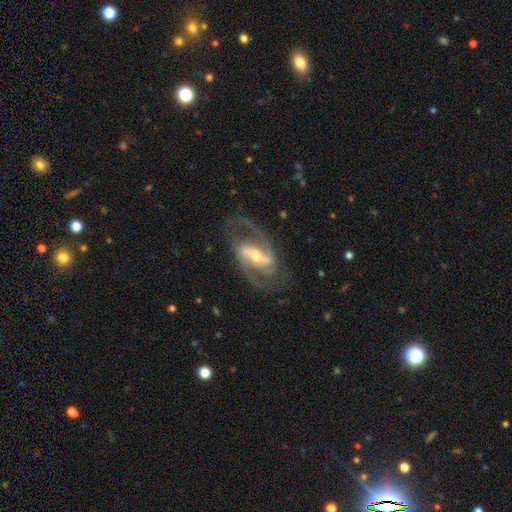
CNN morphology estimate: Q: Smooth or featured?
A: featured or disk (90%); runner-up: smooth (5%)
Q: Edge-on disk?
A: no (95%); runner-up: yes (5%)
Q: Bar?
A: strong (56%); runner-up: weak (32%)
Q: Spiral arms?
A: yes (96%); runner-up: no (4%)
Q: Spiral winding?
A: medium (57%); runner-up: loose (24%)
Q: Spiral arm count?
A: 2 (89%); runner-up: can't tell (3%)
Q: Bulge size?
A: moderate (55%); runner-up: small (37%)
Q: Merging?
A: none (74%); runner-up: minor disturbance (14%)